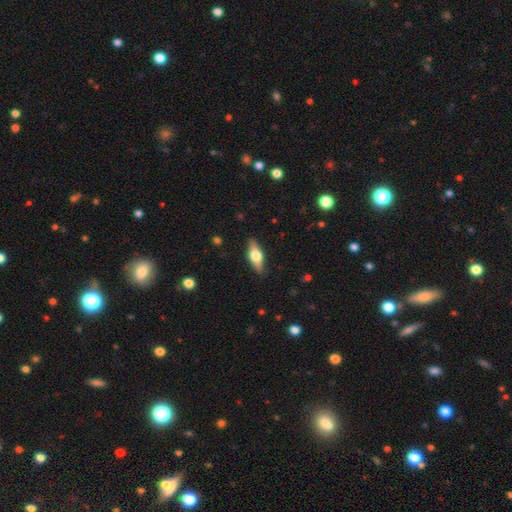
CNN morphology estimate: type=featured or disk (47%, tied with smooth); merging=none (87%).